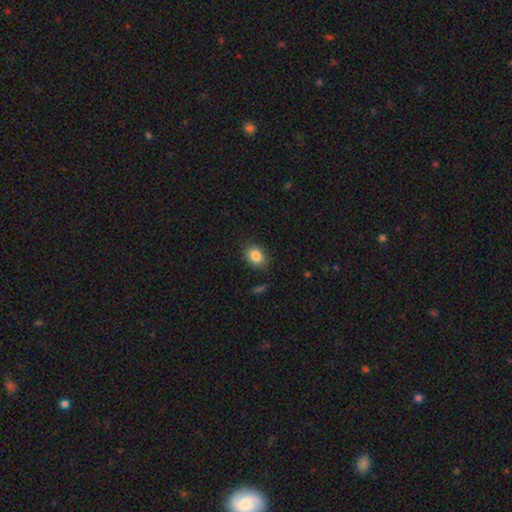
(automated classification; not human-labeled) A smooth galaxy with no disk features (85%) that is in between round and cigar-shaped (69%).

Vote fractions:
- Smooth or featured? smooth: 85% / star or artifact: 9% / featured or disk: 6%
- How rounded? in between: 69% / round: 30% / cigar-shaped: 1%
- Merging? none: 83% / minor disturbance: 13% / major disturbance: 3% / merger: 2%